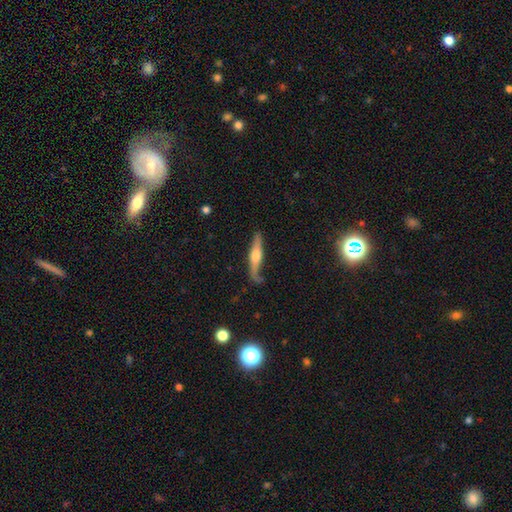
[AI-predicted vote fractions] The model was most divided on "smooth or featured": featured or disk: 66%, smooth: 28%, star or artifact: 6%. More confident: edge-on disk — yes (88%); edge-on bulge — rounded (85%); merging — none (69%).